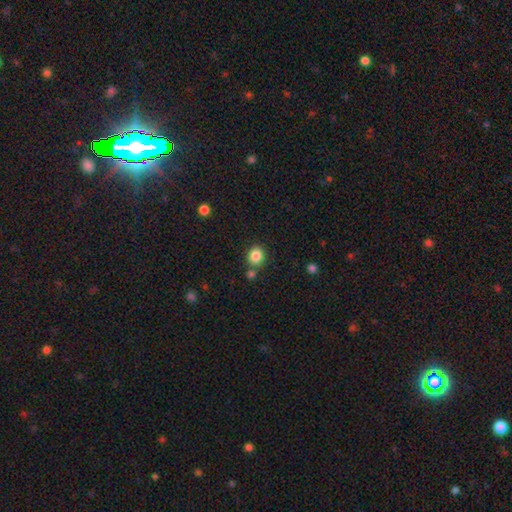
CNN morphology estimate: A smooth galaxy with no disk features (85%) that is round (79%). Merging: none (78%).